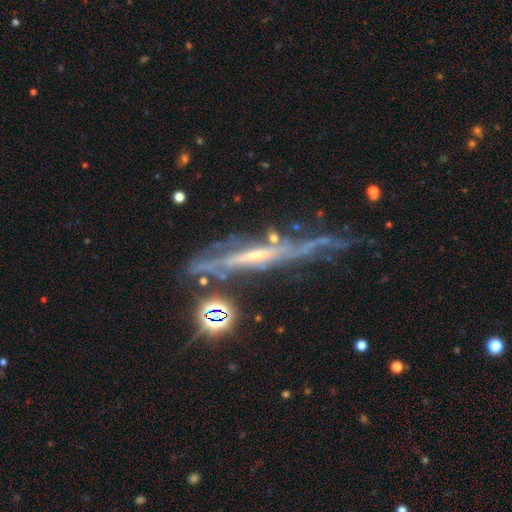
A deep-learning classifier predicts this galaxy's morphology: smooth-or-featured: featured or disk: 80% | star or artifact: 10% | smooth: 10%
  disk-edge-on: yes: 73% | no: 27%
    edge-on-bulge: none: 53% | rounded: 38% | boxy: 9%
  merging: none: 51% | minor disturbance: 26% | major disturbance: 16% | merger: 7%